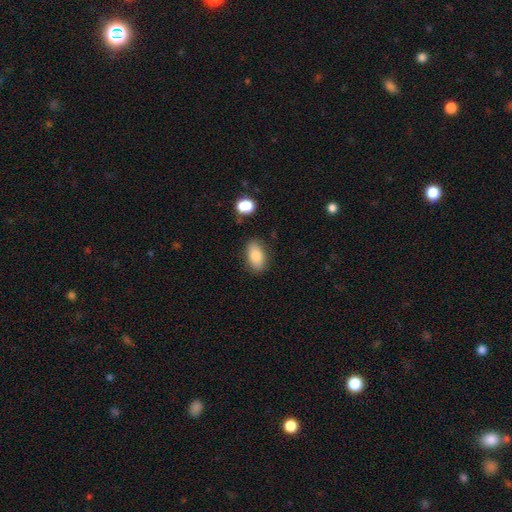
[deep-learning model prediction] Smooth or featured? Predicted: smooth (p=0.80). How rounded? Predicted: in between (p=0.89). Merging? Predicted: none (p=0.84).